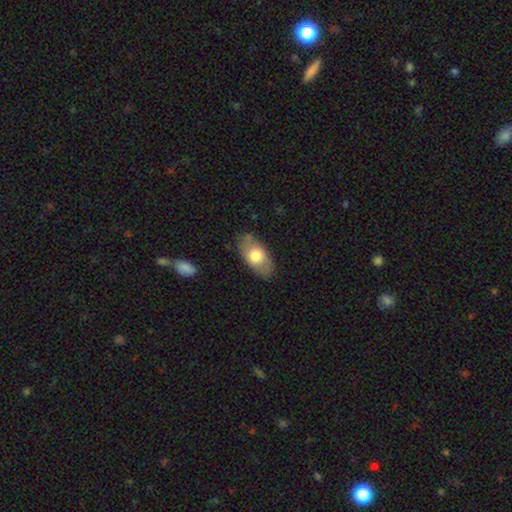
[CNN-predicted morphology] This is likely a smooth galaxy (67%). How rounded: clearly in between (91%). Merging: likely none (79%).